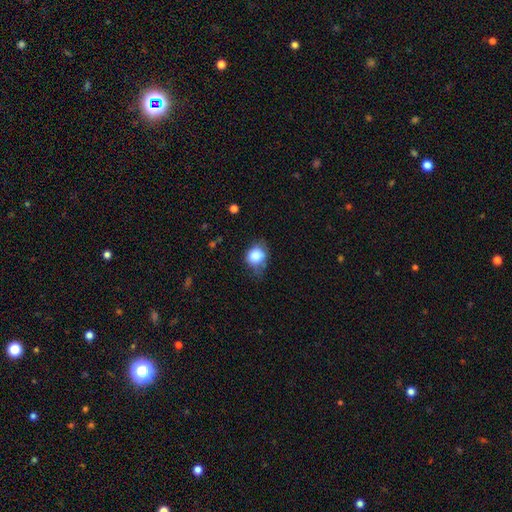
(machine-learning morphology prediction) This is clearly a smooth galaxy (82%). How rounded: likely round (61%). Merging: possibly none (46%).